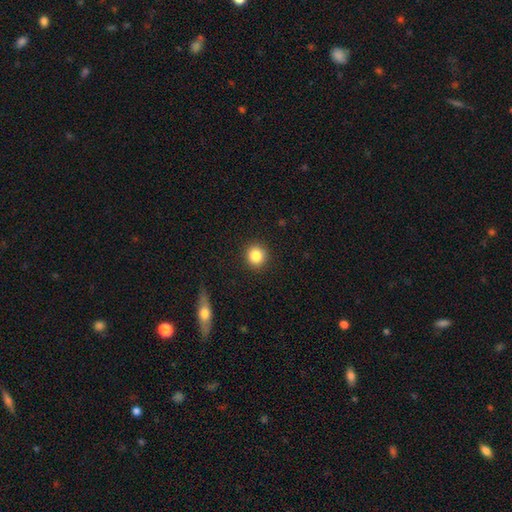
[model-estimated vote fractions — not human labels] Smooth or featured? Predicted: smooth (p=0.86). How rounded? Predicted: round (p=0.90). Merging? Predicted: none (p=0.91).